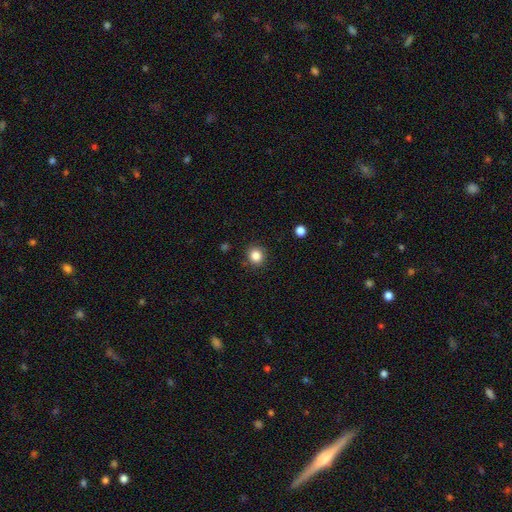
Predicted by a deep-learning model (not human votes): Smooth or featured?
  - smooth: 84% *
  - star or artifact: 11%
  - featured or disk: 5%
How rounded?
  - round: 89% *
  - in between: 10%
  - cigar-shaped: 1%
Merging?
  - none: 89% *
  - minor disturbance: 7%
  - major disturbance: 2%
  - merger: 1%